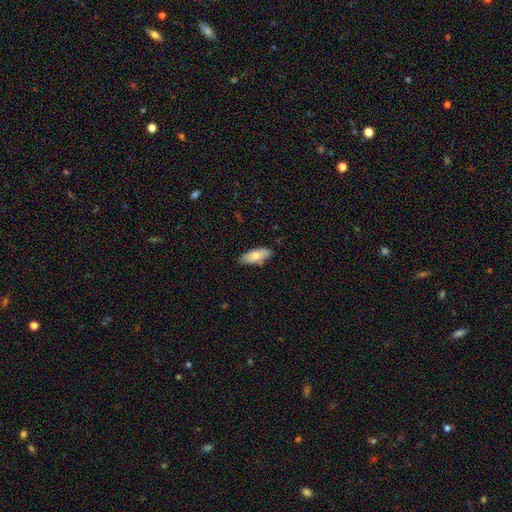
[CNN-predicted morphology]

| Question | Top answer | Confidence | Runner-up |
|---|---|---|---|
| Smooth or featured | smooth | 77% | featured or disk (17%) |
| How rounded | in between | 80% | cigar-shaped (18%) |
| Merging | none | 82% | minor disturbance (14%) |